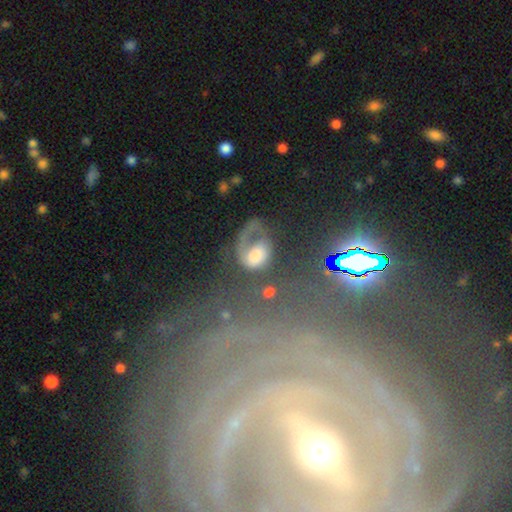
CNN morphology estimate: A featured or disk galaxy (51%).

Vote fractions:
- Smooth or featured? featured or disk: 51% / smooth: 36% / star or artifact: 13%
- Edge-on disk? no: 97% / yes: 3%
- Merging? major disturbance: 45% / none: 28% / minor disturbance: 17% / merger: 10%